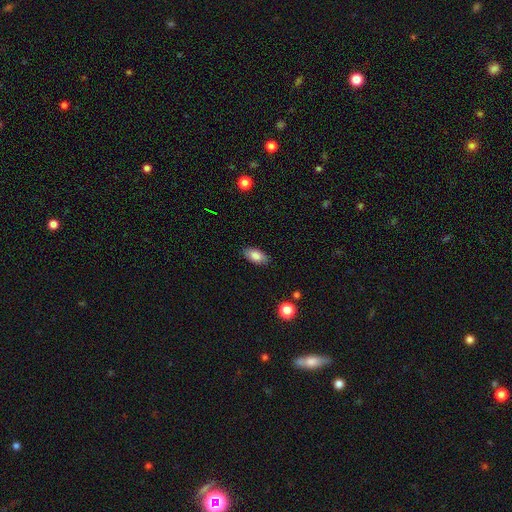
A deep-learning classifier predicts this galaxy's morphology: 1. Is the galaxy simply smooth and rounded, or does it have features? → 83% smooth, 9% featured or disk, 8% star or artifact.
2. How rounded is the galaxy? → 92% in between, 5% cigar-shaped, 4% round.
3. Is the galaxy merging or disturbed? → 85% none, 11% minor disturbance, 2% major disturbance, 1% merger.